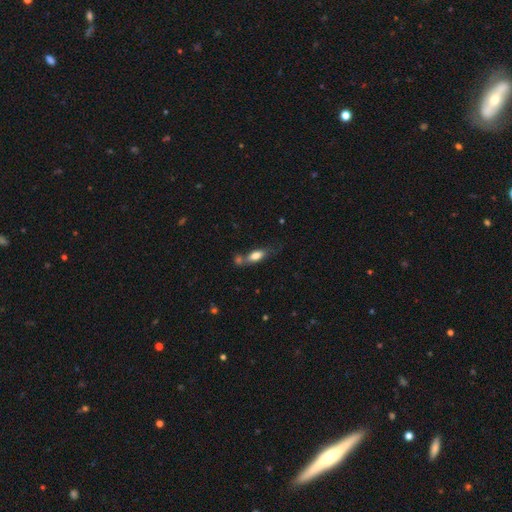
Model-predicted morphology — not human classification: Smooth or featured? smooth (75%)
How rounded? in between (72%)
Merging? none (45%)